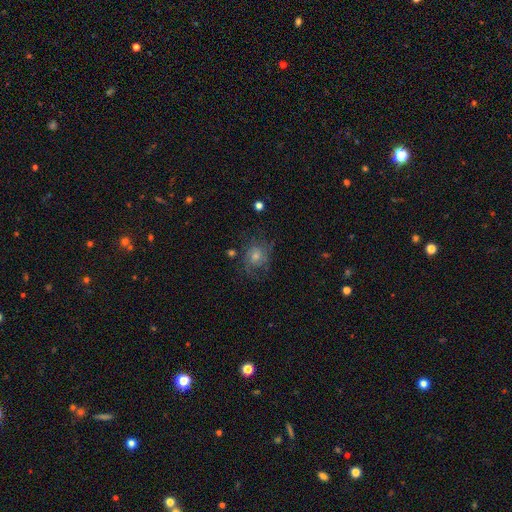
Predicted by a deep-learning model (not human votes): This appears to be a featured or disk galaxy (50%). Merging: none (68%).